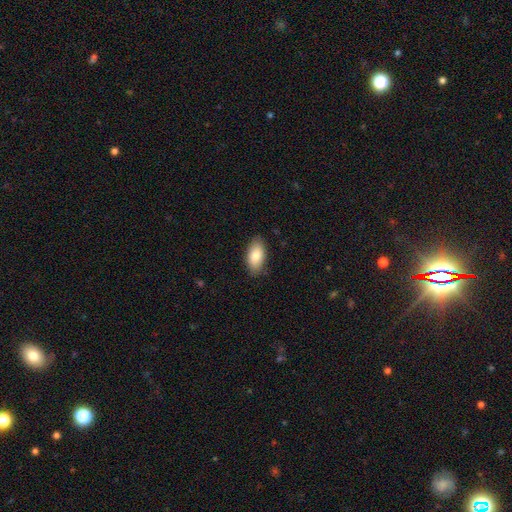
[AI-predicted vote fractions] A smooth galaxy with no disk features (83%) that is in between round and cigar-shaped (93%).

Vote fractions:
- Smooth or featured? smooth: 83% / featured or disk: 10% / star or artifact: 6%
- How rounded? in between: 93% / cigar-shaped: 4% / round: 3%
- Merging? none: 85% / minor disturbance: 12% / major disturbance: 2% / merger: 1%